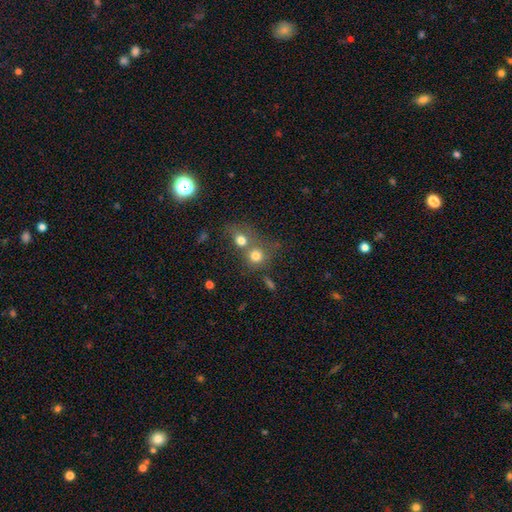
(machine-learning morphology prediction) A smooth galaxy with no disk features (76%) that is round (82%).

Vote fractions:
- Smooth or featured? smooth: 76% / star or artifact: 13% / featured or disk: 11%
- How rounded? round: 82% / in between: 17% / cigar-shaped: 1%
- Merging? merger: 49% / none: 39% / minor disturbance: 7% / major disturbance: 4%